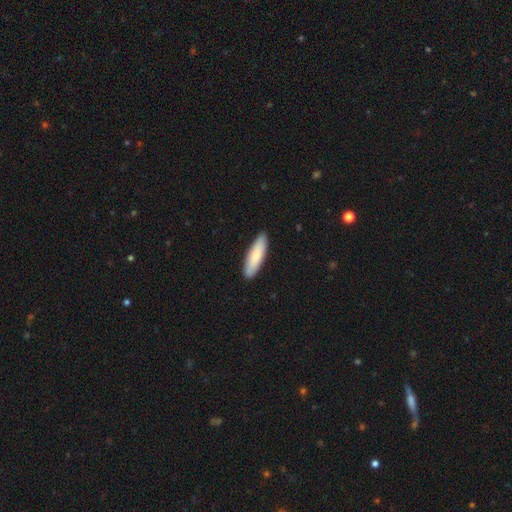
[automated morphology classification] A smooth galaxy with no disk features (81%) that is cigar-shaped (62%). Merging: none (89%).